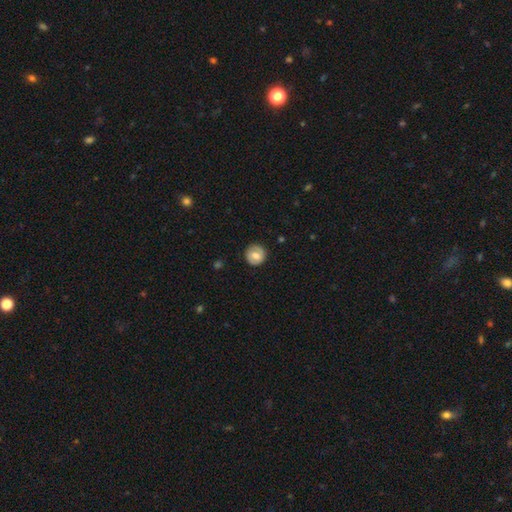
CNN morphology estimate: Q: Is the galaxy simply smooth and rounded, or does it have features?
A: smooth — 60%.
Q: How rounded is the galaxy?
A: round — 89%.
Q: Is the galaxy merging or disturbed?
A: none — 86%.